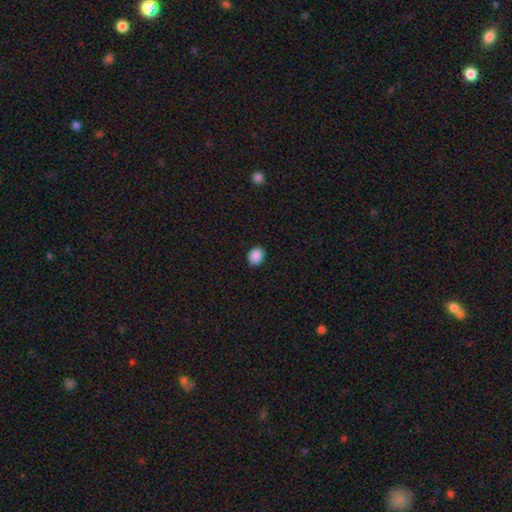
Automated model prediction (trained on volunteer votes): A smooth galaxy with no disk features (89%) that is in between round and cigar-shaped (52%).

Vote fractions:
- Smooth or featured? smooth: 89% / star or artifact: 8% / featured or disk: 2%
- How rounded? in between: 52% / round: 47% / cigar-shaped: 1%
- Merging? none: 91% / minor disturbance: 7% / major disturbance: 2% / merger: 1%